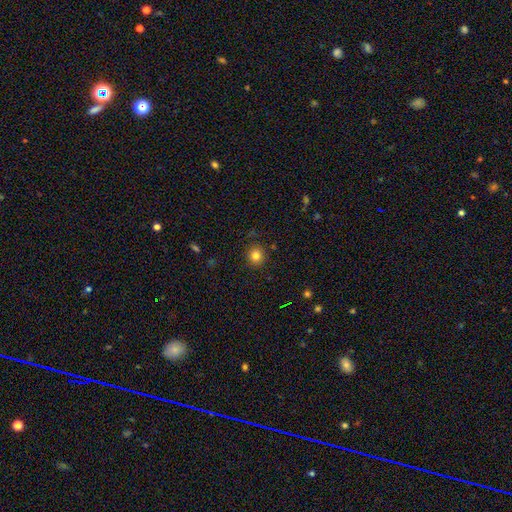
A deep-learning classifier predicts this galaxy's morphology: Smooth or featured: smooth — 81% (star or artifact — 13%)
How rounded: round — 90% (in between — 9%)
Merging: none — 89% (minor disturbance — 7%)